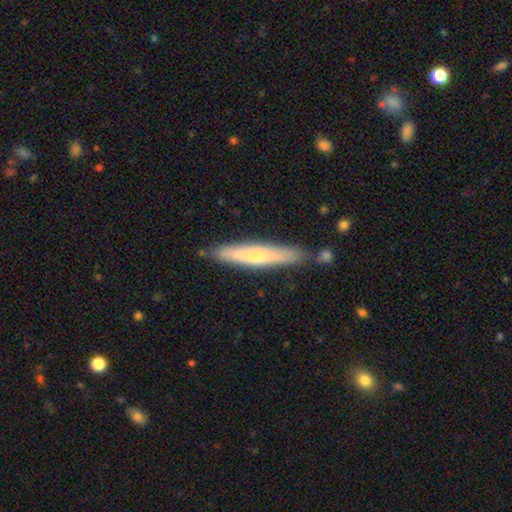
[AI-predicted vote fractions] Smooth or featured? smooth (53%)
How rounded? cigar-shaped (92%)
Merging? none (82%)